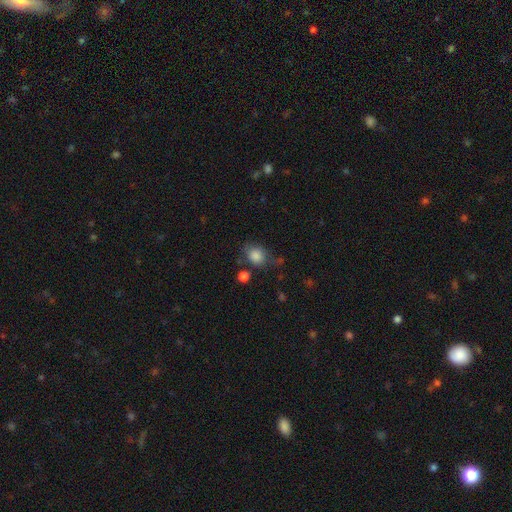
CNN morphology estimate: Smooth or featured? smooth (84%)
How rounded? round (67%)
Merging? none (63%)